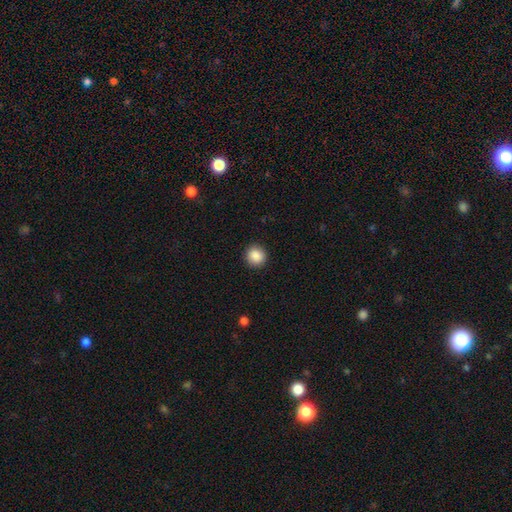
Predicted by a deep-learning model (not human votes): Smooth or featured?
  - smooth: 87% *
  - star or artifact: 9%
  - featured or disk: 4%
How rounded?
  - round: 91% *
  - in between: 8%
  - cigar-shaped: 1%
Merging?
  - none: 91% *
  - minor disturbance: 6%
  - major disturbance: 2%
  - merger: 1%